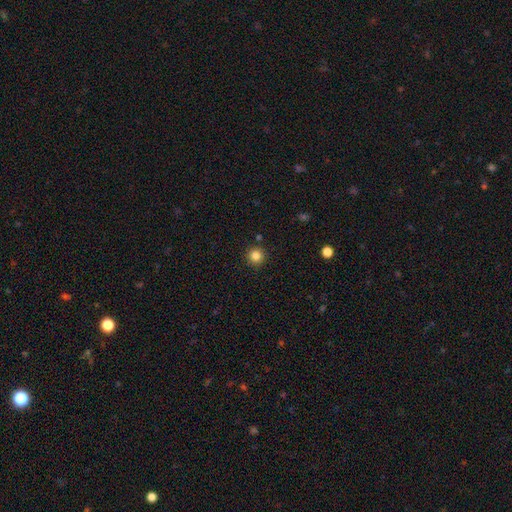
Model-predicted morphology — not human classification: type=smooth (84%); roundness=round (95%); merging=none (90%).